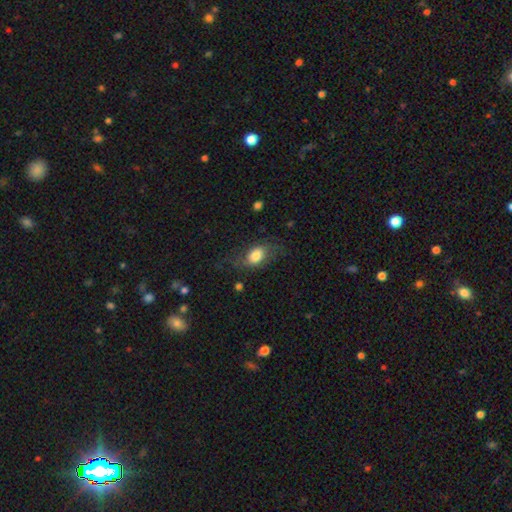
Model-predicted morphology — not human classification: A smooth galaxy with no disk features (69%) that is in between round and cigar-shaped (78%). Merging: none (54%).